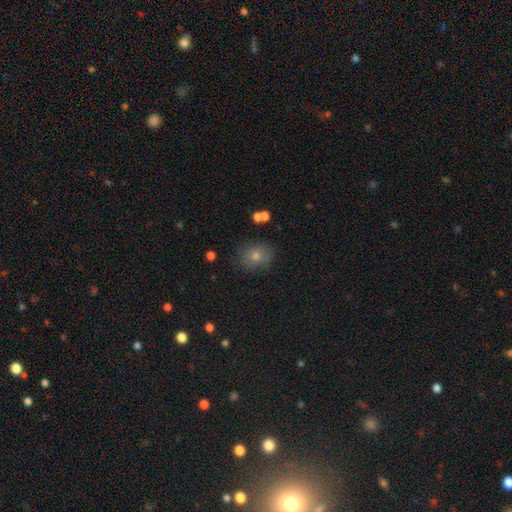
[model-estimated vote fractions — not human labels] smooth 69%, star or artifact 18%, featured or disk 12%. Down the decision tree: how rounded — round (54%); merging — none (83%).